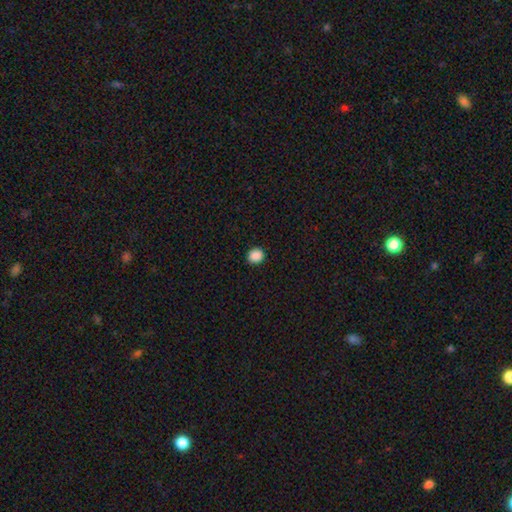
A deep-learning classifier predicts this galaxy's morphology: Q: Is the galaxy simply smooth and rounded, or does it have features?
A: smooth — 88%.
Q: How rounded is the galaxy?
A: round — 86%.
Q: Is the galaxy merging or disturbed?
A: none — 91%.